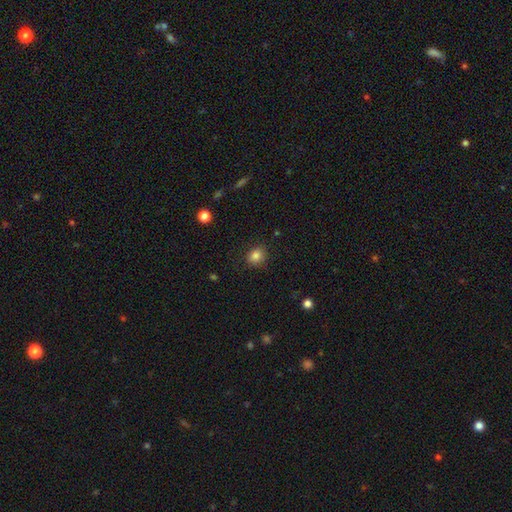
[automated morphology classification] Smooth or featured? Predicted: smooth (p=0.84). How rounded? Predicted: round (p=0.72). Merging? Predicted: none (p=0.86).